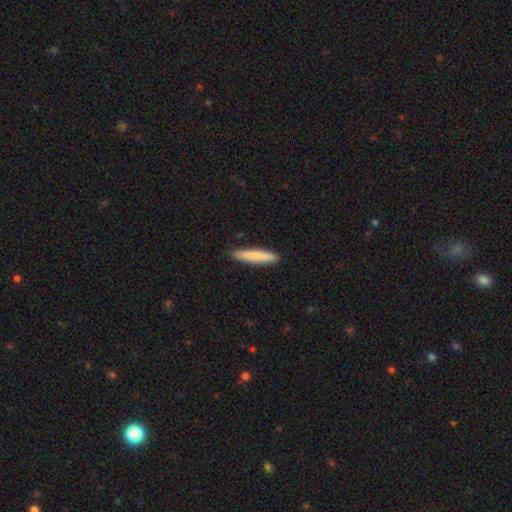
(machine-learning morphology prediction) Q: Smooth or featured?
A: smooth (79%); runner-up: featured or disk (16%)
Q: How rounded?
A: cigar-shaped (91%); runner-up: in between (7%)
Q: Merging?
A: none (90%); runner-up: minor disturbance (7%)